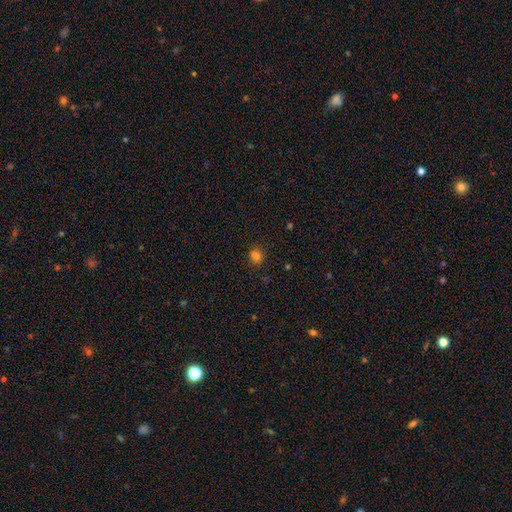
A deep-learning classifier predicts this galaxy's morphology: smooth 73%, star or artifact 20%, featured or disk 7%. Down the decision tree: how rounded — round (65%); merging — none (68%).